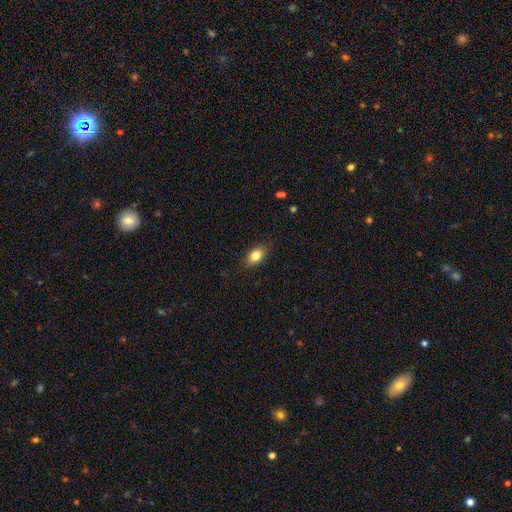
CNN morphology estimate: A smooth galaxy with no disk features (82%) that is in between round and cigar-shaped (81%). Merging: none (85%).